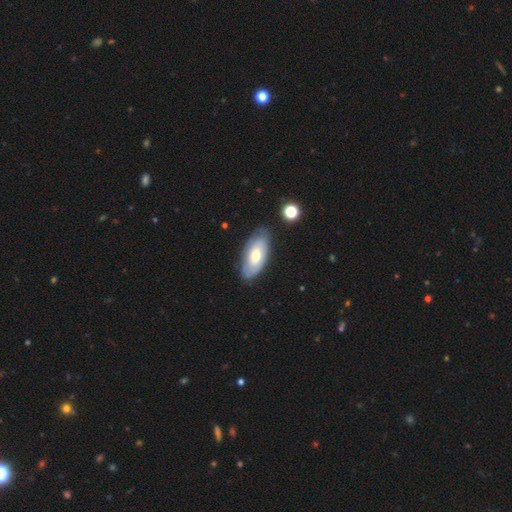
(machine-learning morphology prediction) This appears to be a smooth galaxy with no disk features (56%) that is in between round and cigar-shaped (91%). Merging: none (76%).